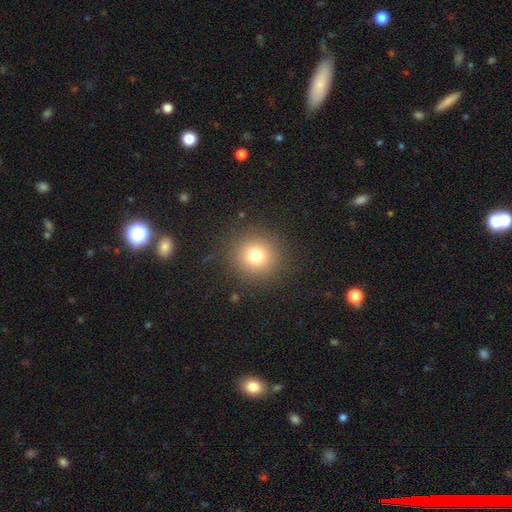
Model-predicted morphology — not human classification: Q: Smooth or featured?
A: smooth (76%); runner-up: star or artifact (14%)
Q: How rounded?
A: round (94%); runner-up: in between (5%)
Q: Merging?
A: none (89%); runner-up: minor disturbance (7%)